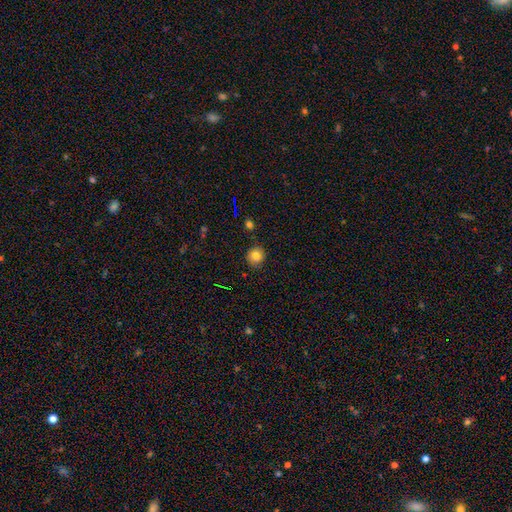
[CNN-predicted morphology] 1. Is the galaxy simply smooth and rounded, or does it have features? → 81% smooth, 12% star or artifact, 7% featured or disk.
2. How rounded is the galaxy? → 89% round, 10% in between, 1% cigar-shaped.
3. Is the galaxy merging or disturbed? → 88% none, 8% minor disturbance, 2% major disturbance, 2% merger.